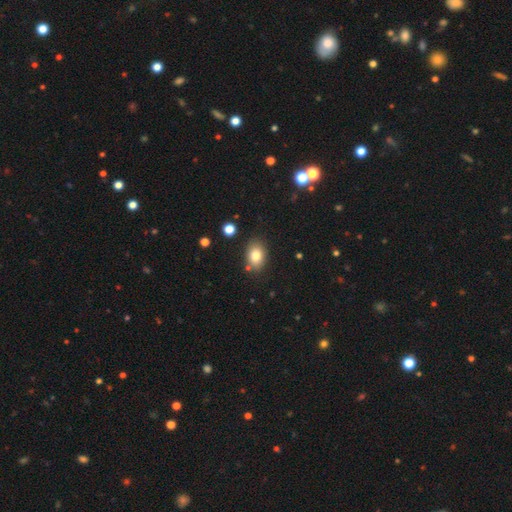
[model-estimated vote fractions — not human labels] Q: Smooth or featured?
A: smooth (80%); runner-up: featured or disk (10%)
Q: How rounded?
A: in between (77%); runner-up: round (21%)
Q: Merging?
A: none (81%); runner-up: minor disturbance (12%)